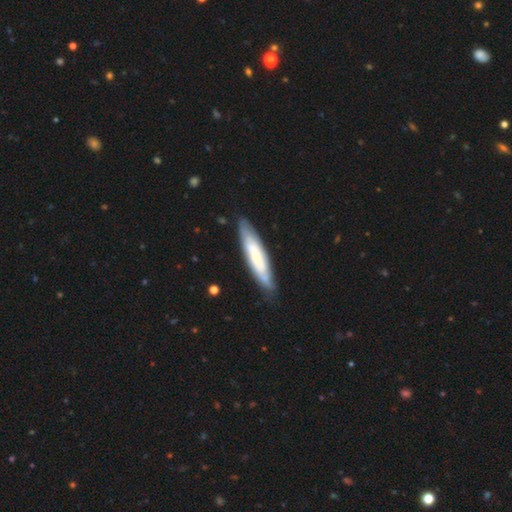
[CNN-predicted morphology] Q: Smooth or featured?
A: smooth (53%); runner-up: featured or disk (42%)
Q: How rounded?
A: cigar-shaped (81%); runner-up: in between (18%)
Q: Merging?
A: none (81%); runner-up: minor disturbance (15%)